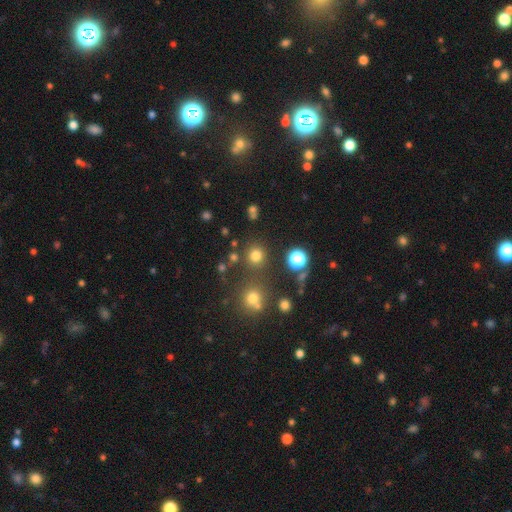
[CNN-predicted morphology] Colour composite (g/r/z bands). It shows a smooth galaxy with no disk features (75%) that is round (91%). Merging: none (80%).